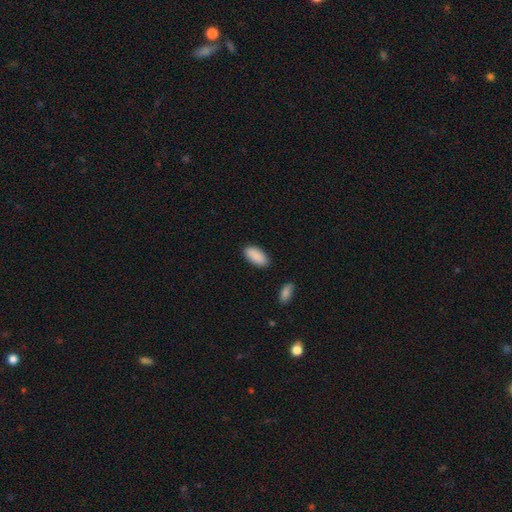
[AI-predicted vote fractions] Smooth or featured: smooth — 91% (star or artifact — 6%)
How rounded: in between — 92% (cigar-shaped — 6%)
Merging: none — 86% (minor disturbance — 9%)